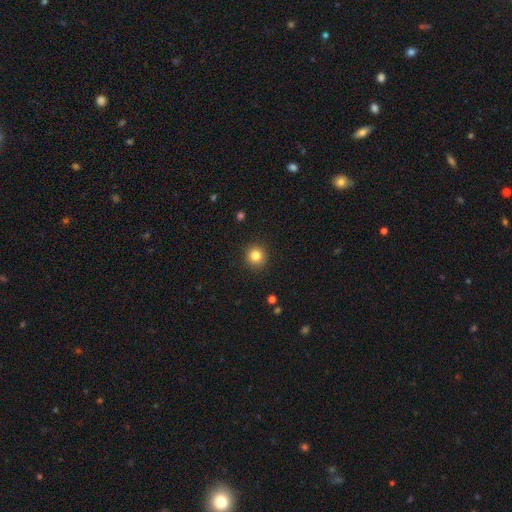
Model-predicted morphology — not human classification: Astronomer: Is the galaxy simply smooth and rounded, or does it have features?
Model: smooth — 83%.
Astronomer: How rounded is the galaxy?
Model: round — 93%.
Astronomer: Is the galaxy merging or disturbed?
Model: none — 91%.